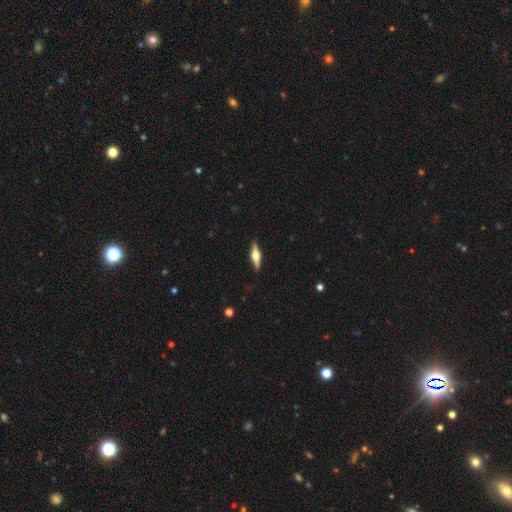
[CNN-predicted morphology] This appears to be a featured or disk galaxy (63%) viewed edge-on (96%) with a rounded central bulge (94%). Merging: none (89%).